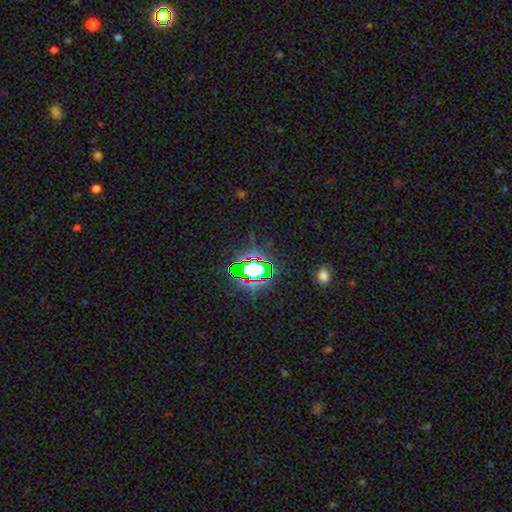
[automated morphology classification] Smooth or featured? star or artifact (78%)